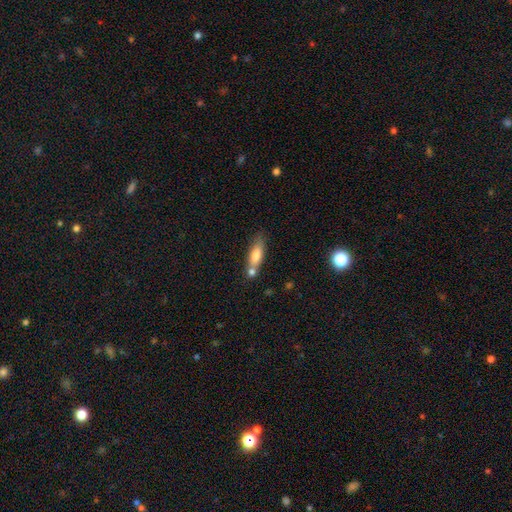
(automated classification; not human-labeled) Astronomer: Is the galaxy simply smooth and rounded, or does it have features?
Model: smooth — 73%.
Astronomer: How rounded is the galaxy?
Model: in between — 56% (runner-up: cigar-shaped, 41%).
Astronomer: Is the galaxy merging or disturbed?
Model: none — 50% (runner-up: merger, 30%).